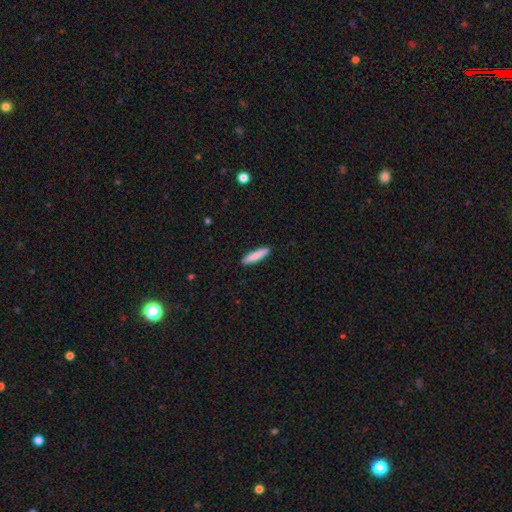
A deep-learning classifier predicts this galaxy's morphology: smooth-or-featured: smooth: 85% | featured or disk: 9% | star or artifact: 6%
  how-rounded: cigar-shaped: 86% | in between: 13% | round: 1%
  merging: none: 91% | minor disturbance: 7% | major disturbance: 2% | merger: 1%